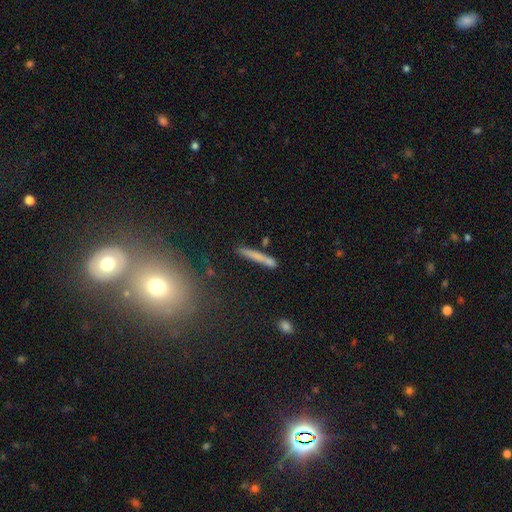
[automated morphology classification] Overall: smooth (69%). How rounded: cigar-shaped (95%). Merging: none (74%).